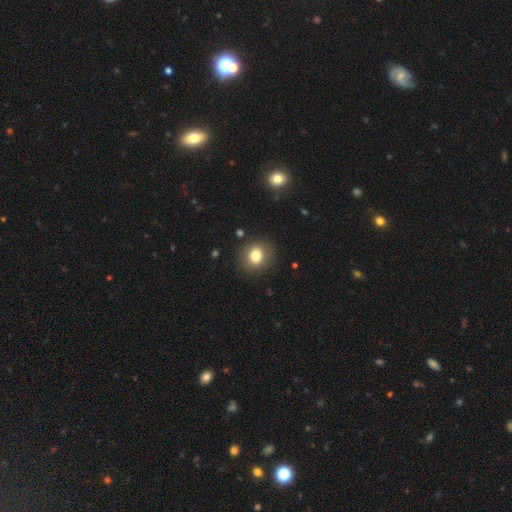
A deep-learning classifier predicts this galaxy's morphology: smooth-or-featured: smooth: 80% | star or artifact: 11% | featured or disk: 10%
  how-rounded: round: 79% | in between: 20% | cigar-shaped: 1%
  merging: none: 88% | minor disturbance: 8% | major disturbance: 3% | merger: 1%